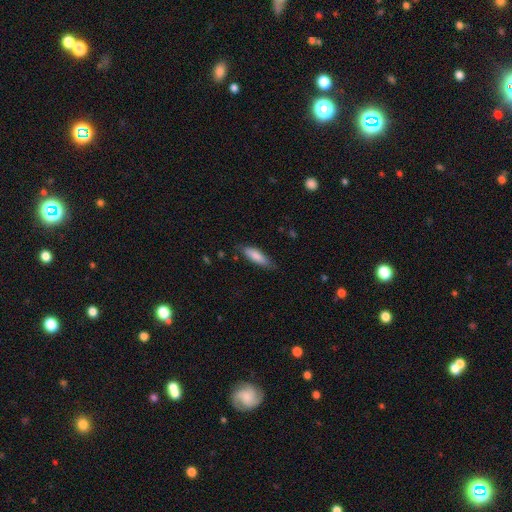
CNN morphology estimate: This is clearly a smooth galaxy (82%). How rounded: possibly cigar-shaped (54%). Merging: likely none (78%).